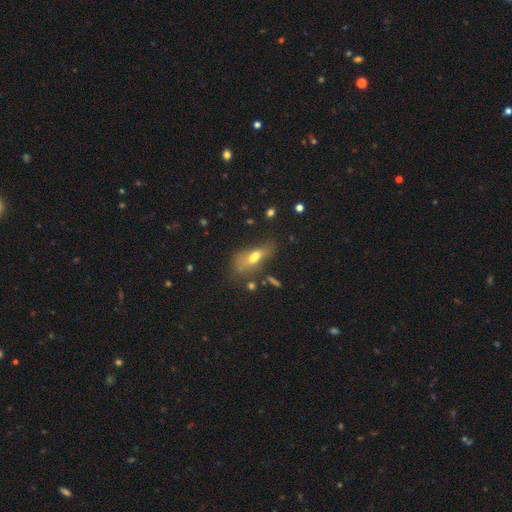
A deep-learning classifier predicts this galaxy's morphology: Overall: smooth (58%; featured or disk 30%). How rounded: in between (69%). Merging: none (44%; minor disturbance 22%).